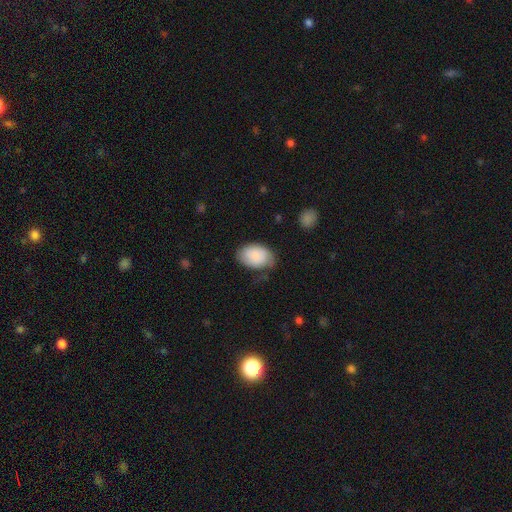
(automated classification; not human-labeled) Overall: smooth (83%). How rounded: in between (86%). Merging: none (55%; minor disturbance 31%).